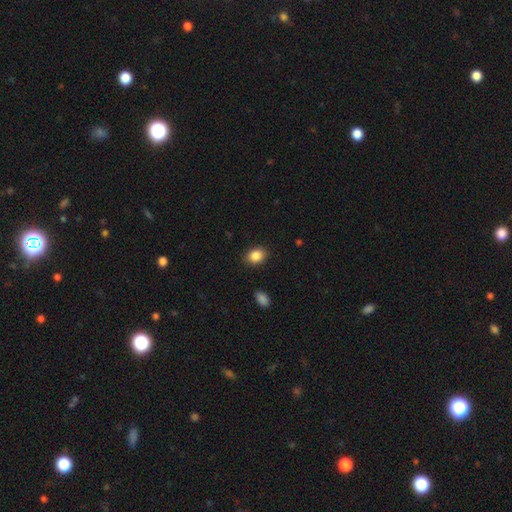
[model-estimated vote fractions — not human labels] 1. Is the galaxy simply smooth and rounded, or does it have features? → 86% smooth, 9% star or artifact, 5% featured or disk.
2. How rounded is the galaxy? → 66% in between, 33% round, 1% cigar-shaped.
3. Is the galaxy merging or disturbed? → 88% none, 8% minor disturbance, 2% major disturbance, 1% merger.